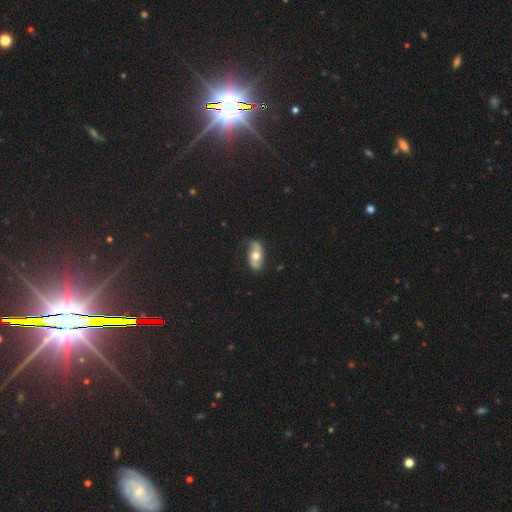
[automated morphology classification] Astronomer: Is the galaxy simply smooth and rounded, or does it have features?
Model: featured or disk — 57% (runner-up: smooth, 36%).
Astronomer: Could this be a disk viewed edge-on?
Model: no — 85%.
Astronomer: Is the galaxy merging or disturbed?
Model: none — 76%.